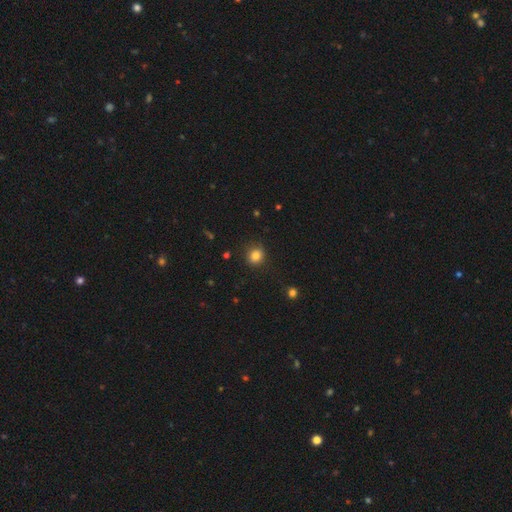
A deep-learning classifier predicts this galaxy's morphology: Smooth or featured? Predicted: smooth (p=0.83). How rounded? Predicted: round (p=0.81). Merging? Predicted: none (p=0.87).